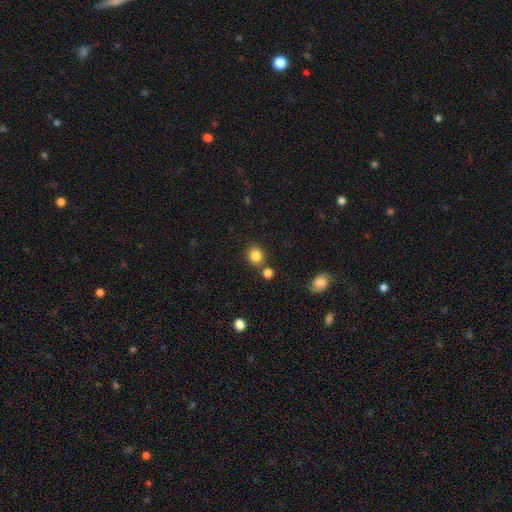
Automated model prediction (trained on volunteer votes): This appears to be a smooth galaxy with no disk features (84%) that is round (76%). Merging: none (75%).